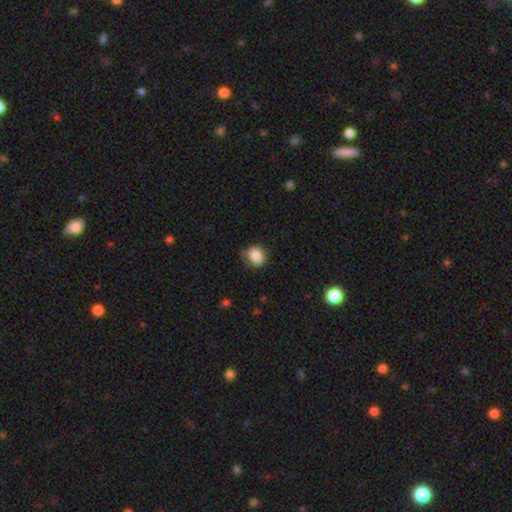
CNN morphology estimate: A smooth galaxy with no disk features (85%) that is round (61%).

Vote fractions:
- Smooth or featured? smooth: 85% / star or artifact: 9% / featured or disk: 7%
- How rounded? round: 61% / in between: 38% / cigar-shaped: 1%
- Merging? none: 65% / minor disturbance: 28% / major disturbance: 6% / merger: 2%